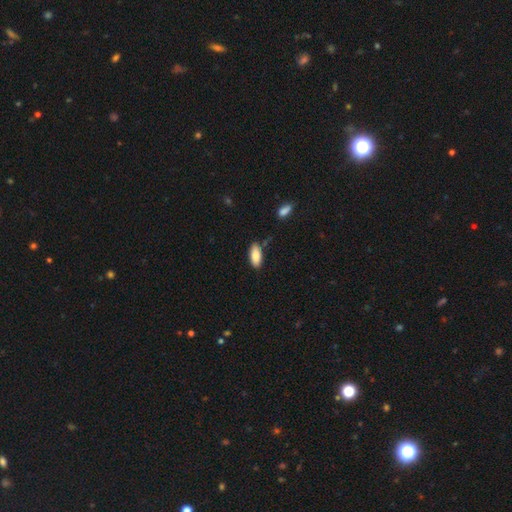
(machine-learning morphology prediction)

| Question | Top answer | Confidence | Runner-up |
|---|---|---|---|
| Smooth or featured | smooth | 83% | featured or disk (10%) |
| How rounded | in between | 86% | cigar-shaped (12%) |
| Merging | none | 80% | minor disturbance (15%) |